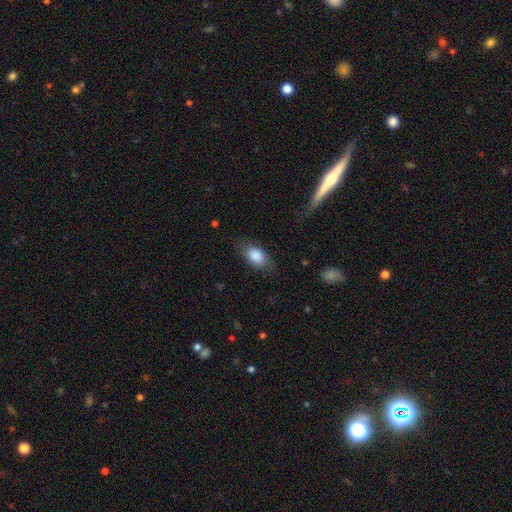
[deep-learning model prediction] This is clearly a smooth galaxy (85%). How rounded: clearly in between (88%). Merging: likely none (74%).